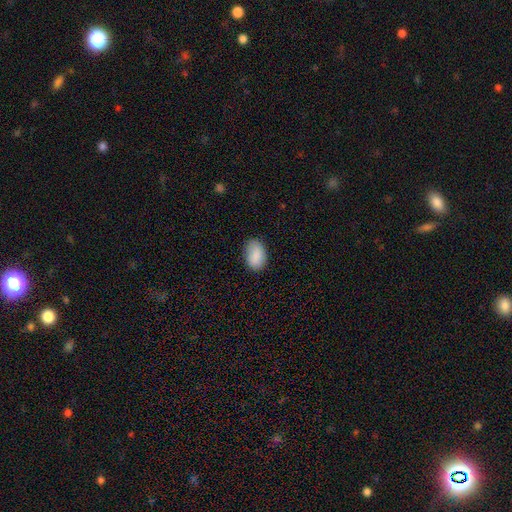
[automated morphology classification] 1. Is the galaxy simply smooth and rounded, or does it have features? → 88% smooth, 7% star or artifact, 5% featured or disk.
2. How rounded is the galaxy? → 89% in between, 10% round, 1% cigar-shaped.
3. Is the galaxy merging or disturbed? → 83% none, 13% minor disturbance, 3% major disturbance, 1% merger.